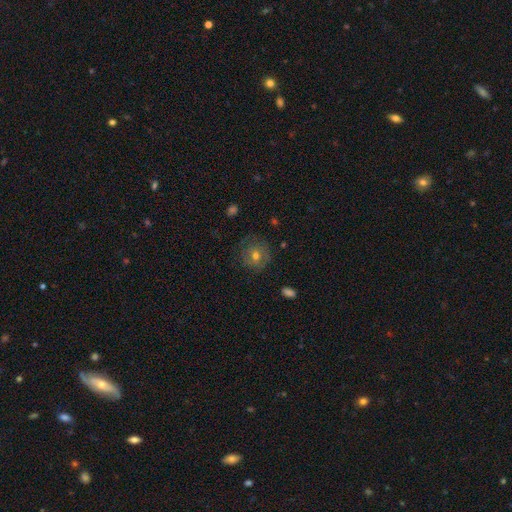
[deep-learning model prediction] A smooth galaxy with no disk features (46%).

Vote fractions:
- Smooth or featured? smooth: 46% / featured or disk: 42% / star or artifact: 12%
- Merging? none: 78% / minor disturbance: 15% / major disturbance: 6% / merger: 1%